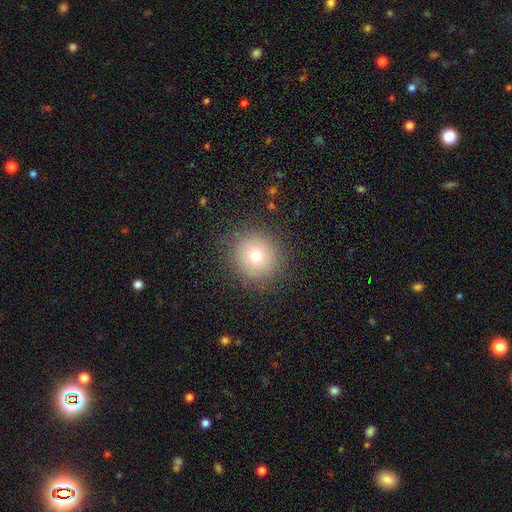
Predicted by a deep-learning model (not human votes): This appears to be a smooth galaxy with no disk features (71%) that is round (93%). Merging: none (87%).